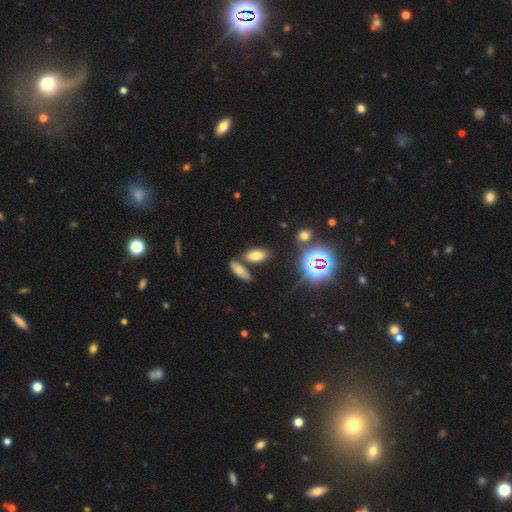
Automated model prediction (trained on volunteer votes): A smooth galaxy with no disk features (70%) that is in between round and cigar-shaped (84%).

Vote fractions:
- Smooth or featured? smooth: 70% / star or artifact: 20% / featured or disk: 11%
- How rounded? in between: 84% / cigar-shaped: 9% / round: 7%
- Merging? none: 72% / merger: 15% / minor disturbance: 10% / major disturbance: 3%